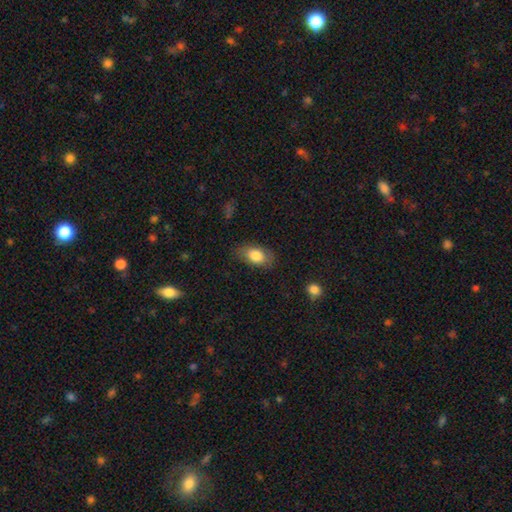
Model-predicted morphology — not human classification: This is clearly a smooth galaxy (81%). How rounded: clearly in between (90%). Merging: likely none (77%).